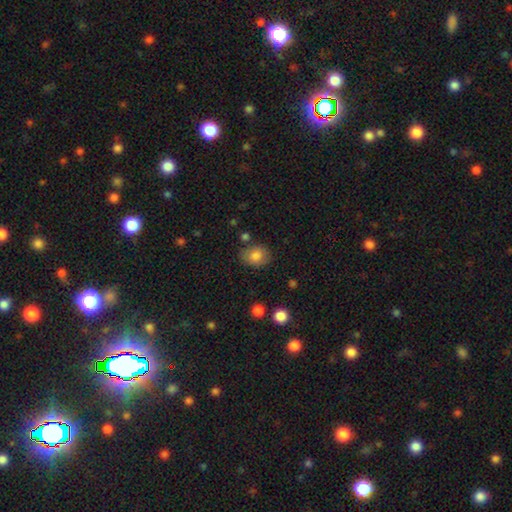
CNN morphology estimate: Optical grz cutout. It shows a smooth galaxy with no disk features (82%) that is in between round and cigar-shaped (56%). Merging: none (77%).